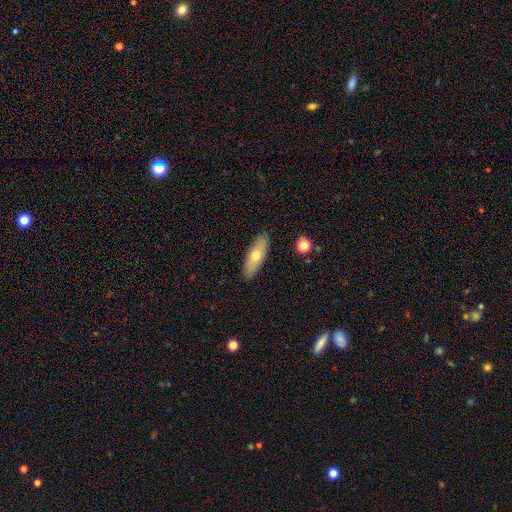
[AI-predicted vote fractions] Morphology: type=smooth (62%); roundness=in between (55%); merging=none (89%).